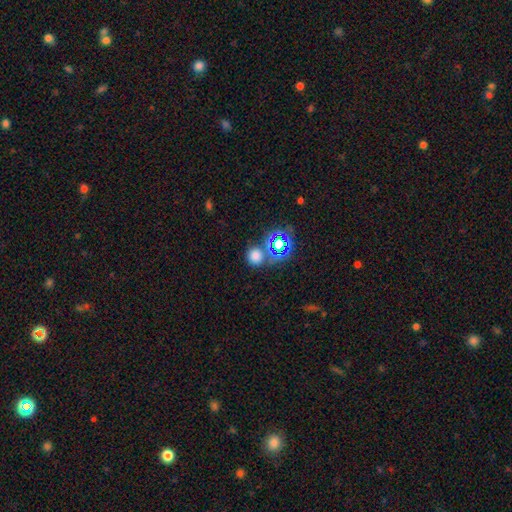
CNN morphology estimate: smooth 68%, star or artifact 26%, featured or disk 6%. Down the decision tree: how rounded — round (88%); merging — none (69%).